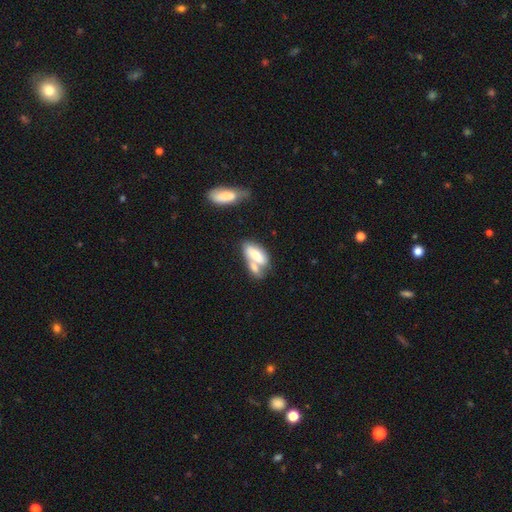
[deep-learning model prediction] The model was most divided on "merging": merger: 57%, none: 25%, minor disturbance: 11%, major disturbance: 7%. More confident: how rounded — in between (84%); smooth or featured — smooth (67%).